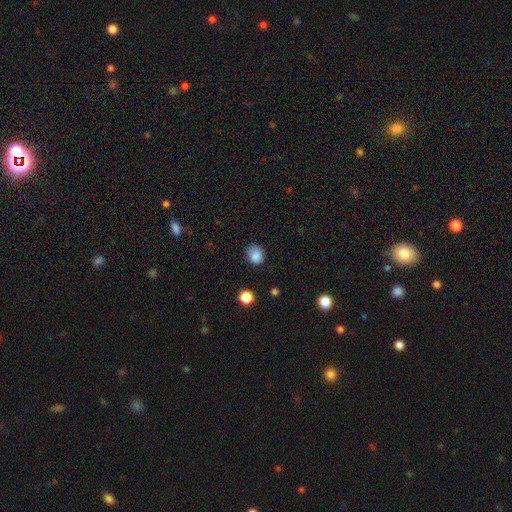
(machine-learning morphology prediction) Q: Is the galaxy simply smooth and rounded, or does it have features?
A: smooth — 85%.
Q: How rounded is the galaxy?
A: round — 61%.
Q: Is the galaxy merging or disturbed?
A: none — 72%.